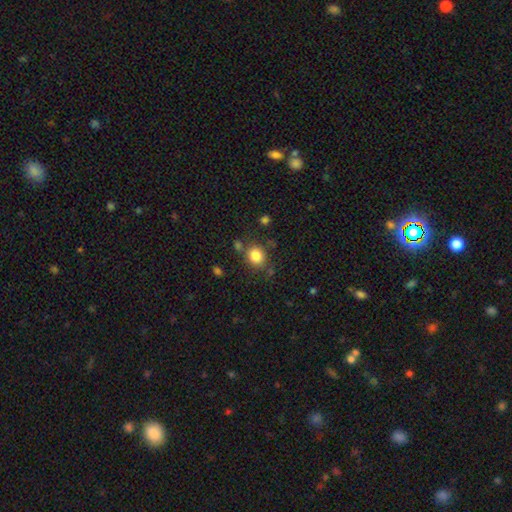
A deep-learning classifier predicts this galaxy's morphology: The model was most divided on "how rounded": round: 75%, in between: 25%, cigar-shaped: 1%. More confident: smooth or featured — smooth (83%); merging — none (74%).